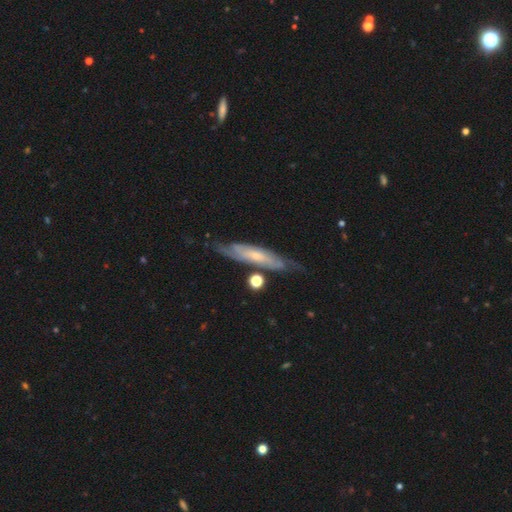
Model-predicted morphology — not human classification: A featured or disk galaxy (70%). Merging: none (67%).